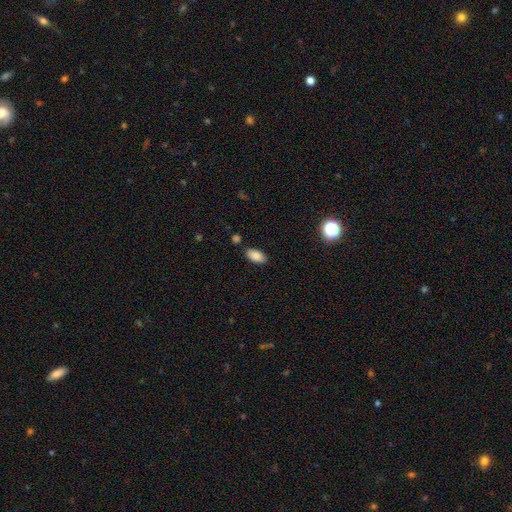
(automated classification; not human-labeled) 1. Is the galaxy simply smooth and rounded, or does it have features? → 85% smooth, 8% star or artifact, 6% featured or disk.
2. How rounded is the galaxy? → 93% in between, 4% cigar-shaped, 3% round.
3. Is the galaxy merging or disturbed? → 83% none, 11% minor disturbance, 4% merger, 2% major disturbance.